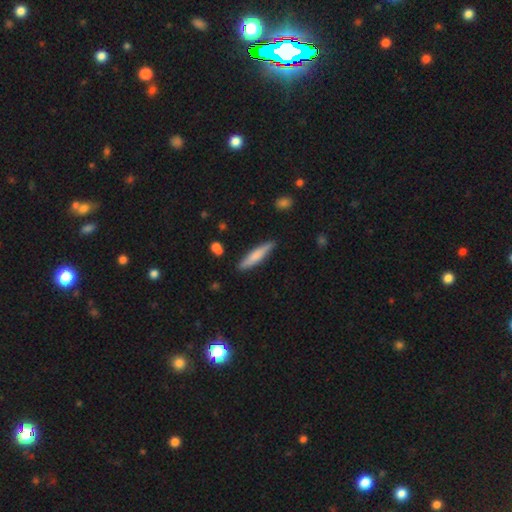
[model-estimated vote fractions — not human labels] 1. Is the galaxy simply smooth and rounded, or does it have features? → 68% smooth, 26% featured or disk, 6% star or artifact.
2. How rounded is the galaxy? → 86% cigar-shaped, 12% in between, 1% round.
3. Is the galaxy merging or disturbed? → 84% none, 12% minor disturbance, 2% major disturbance, 2% merger.